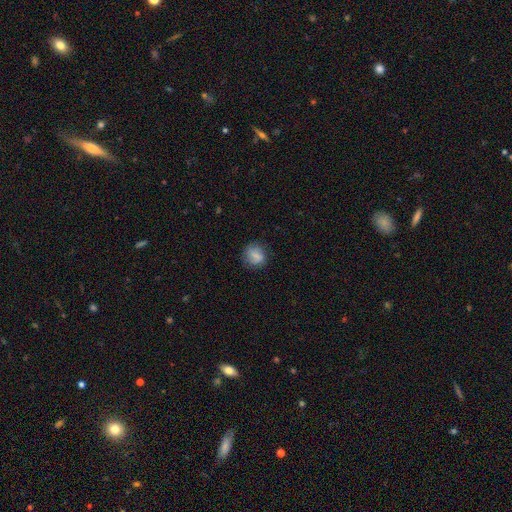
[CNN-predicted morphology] Smooth or featured? smooth (69%)
How rounded? round (74%)
Merging? none (75%)